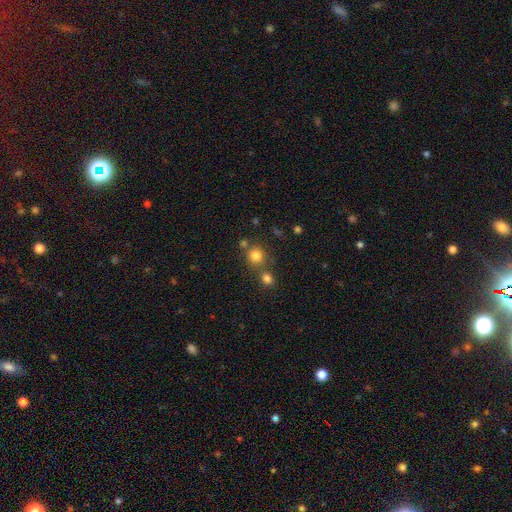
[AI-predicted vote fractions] Smooth or featured?
  - smooth: 80% *
  - star or artifact: 13%
  - featured or disk: 7%
How rounded?
  - round: 90% *
  - in between: 9%
  - cigar-shaped: 1%
Merging?
  - none: 68% *
  - merger: 21%
  - minor disturbance: 8%
  - major disturbance: 3%